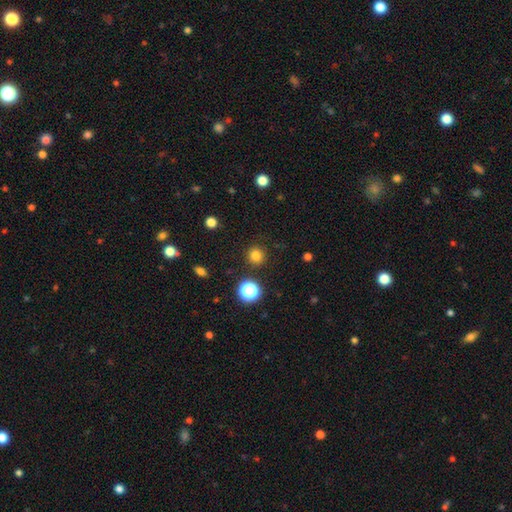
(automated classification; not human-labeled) This appears to be a smooth galaxy with no disk features (80%) that is round (95%). Merging: none (91%).